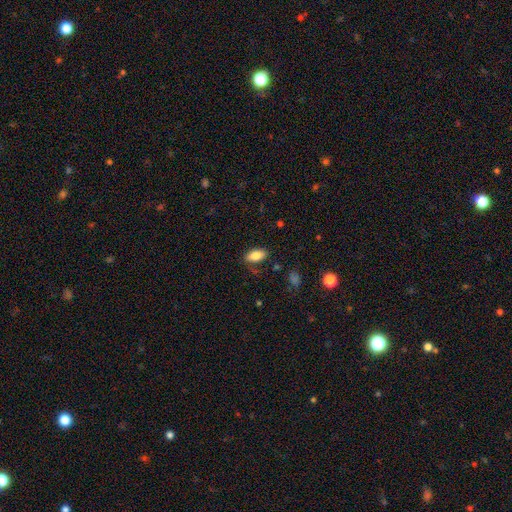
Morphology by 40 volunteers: Volunteers were most divided on "smooth or featured": smooth: 78%, featured or disk: 12%, star or artifact: 10%. More confident: how rounded — in between (97%); merging — none (81%).